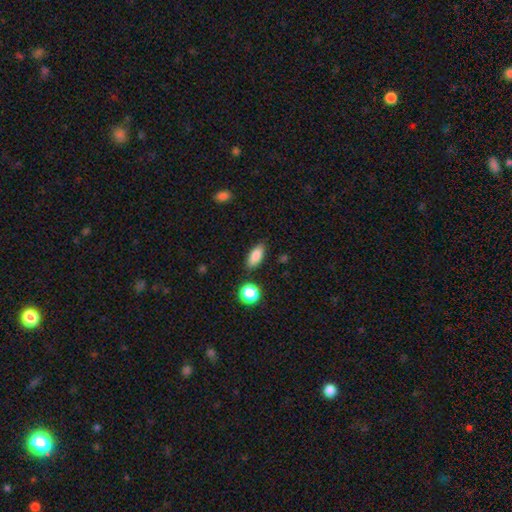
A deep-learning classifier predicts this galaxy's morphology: Smooth or featured? smooth (85%)
How rounded? in between (81%)
Merging? none (84%)